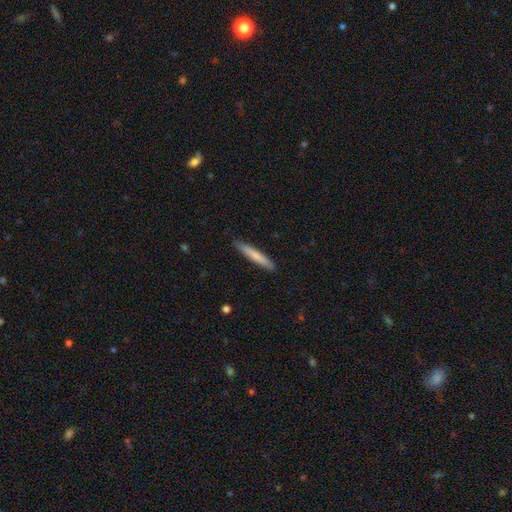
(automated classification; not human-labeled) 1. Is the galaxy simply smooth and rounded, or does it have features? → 73% smooth, 22% featured or disk, 5% star or artifact.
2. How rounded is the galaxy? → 94% cigar-shaped, 5% in between, 1% round.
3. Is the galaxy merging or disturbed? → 88% none, 9% minor disturbance, 2% major disturbance, 1% merger.